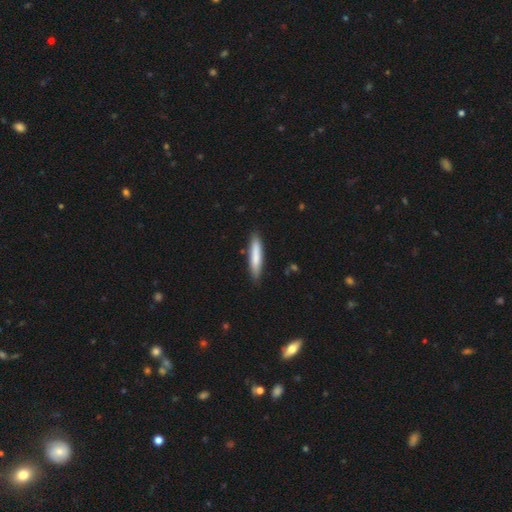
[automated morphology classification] This appears to be a smooth galaxy with no disk features (78%) that is cigar-shaped (87%). Merging: none (86%).